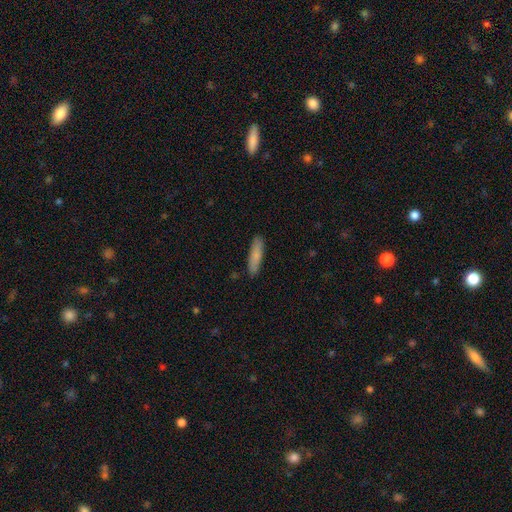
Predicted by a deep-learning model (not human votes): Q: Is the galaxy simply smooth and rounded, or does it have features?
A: smooth — 80%.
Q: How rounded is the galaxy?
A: cigar-shaped — 77%.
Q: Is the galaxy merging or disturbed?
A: none — 88%.